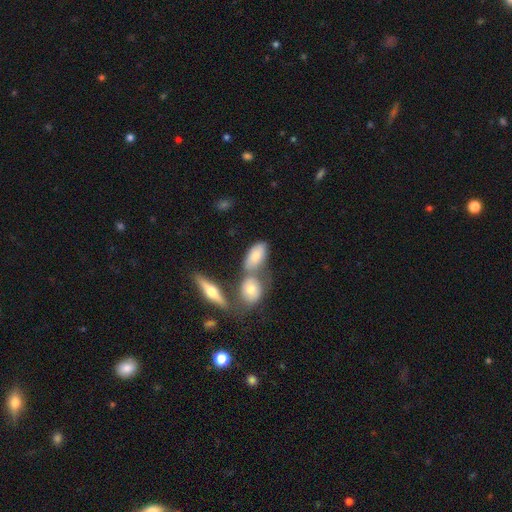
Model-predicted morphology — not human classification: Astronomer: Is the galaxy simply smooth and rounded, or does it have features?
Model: smooth — 70%.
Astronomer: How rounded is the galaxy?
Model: in between — 85%.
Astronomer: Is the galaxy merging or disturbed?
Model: none — 46% (runner-up: merger, 33%).